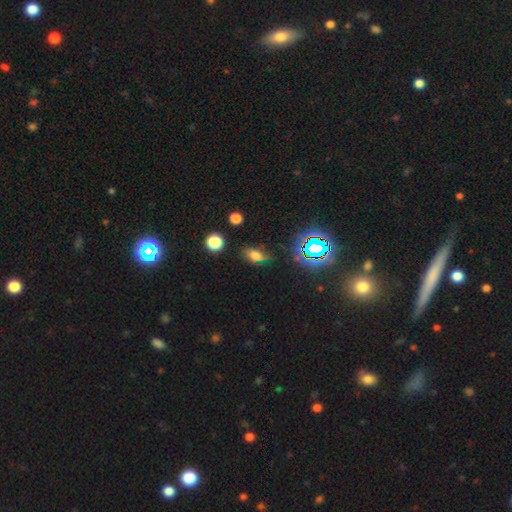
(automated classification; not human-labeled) This appears to be a smooth galaxy with no disk features (57%) that is in between round and cigar-shaped (81%). Merging: none (60%).